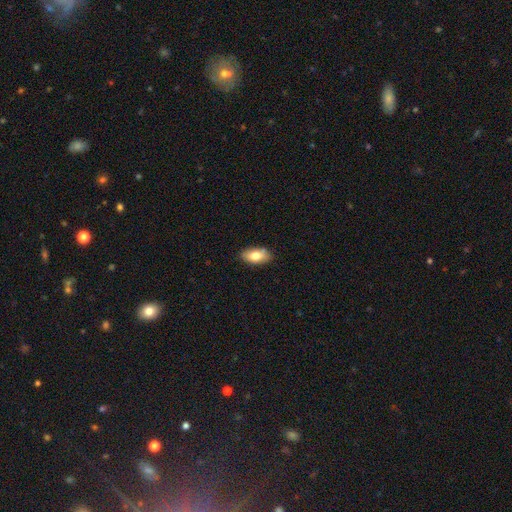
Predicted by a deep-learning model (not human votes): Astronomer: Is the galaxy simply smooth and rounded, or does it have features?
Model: smooth — 78%.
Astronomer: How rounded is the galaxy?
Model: in between — 91%.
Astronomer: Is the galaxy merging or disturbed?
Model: none — 82%.